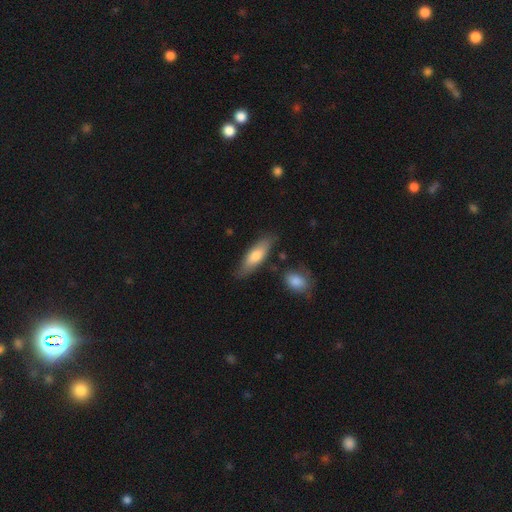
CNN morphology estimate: type=smooth (71%); roundness=in between (53%); merging=none (77%).